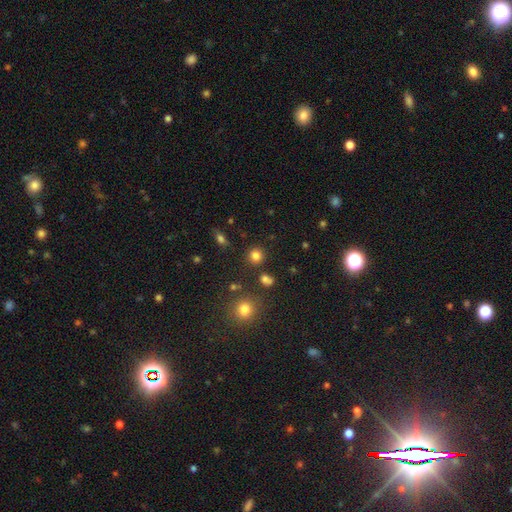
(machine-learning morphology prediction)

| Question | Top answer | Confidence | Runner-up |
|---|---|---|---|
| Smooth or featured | smooth | 81% | star or artifact (14%) |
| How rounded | round | 91% | in between (8%) |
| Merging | none | 86% | minor disturbance (7%) |